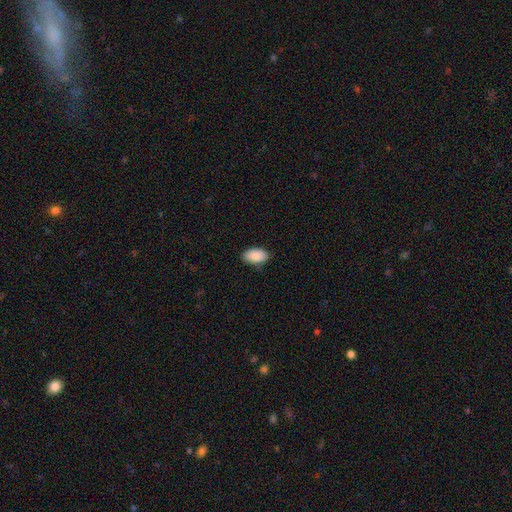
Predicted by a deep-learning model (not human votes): A smooth galaxy with no disk features (89%) that is in between round and cigar-shaped (95%).

Vote fractions:
- Smooth or featured? smooth: 89% / star or artifact: 6% / featured or disk: 4%
- How rounded? in between: 95% / round: 3% / cigar-shaped: 2%
- Merging? none: 85% / minor disturbance: 12% / major disturbance: 2% / merger: 1%